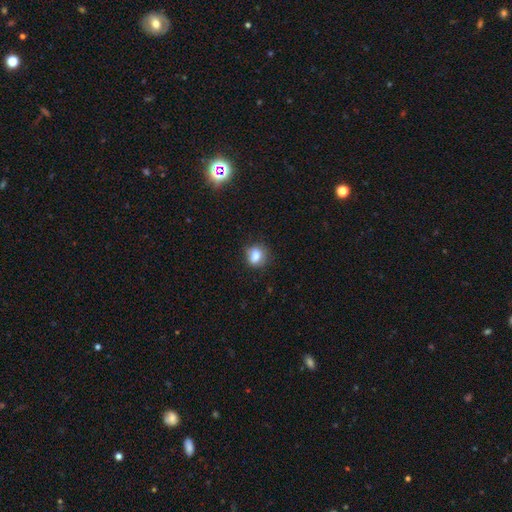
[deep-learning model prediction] smooth-or-featured: smooth: 78% | star or artifact: 11% | featured or disk: 11%
  how-rounded: round: 64% | in between: 34% | cigar-shaped: 1%
  merging: none: 71% | minor disturbance: 20% | major disturbance: 5% | merger: 4%